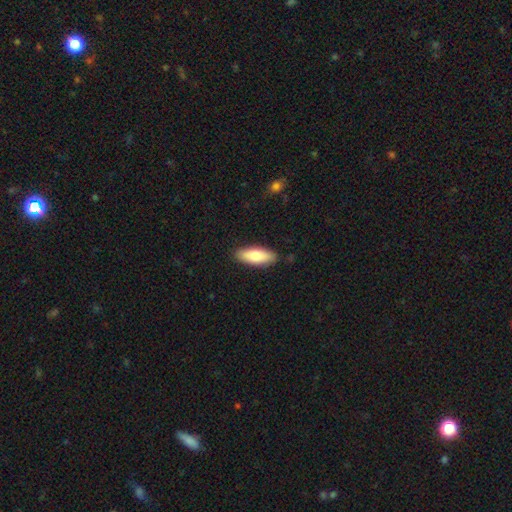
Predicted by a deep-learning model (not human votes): Overall: smooth (79%). How rounded: in between (67%; cigar-shaped 31%). Merging: none (88%).